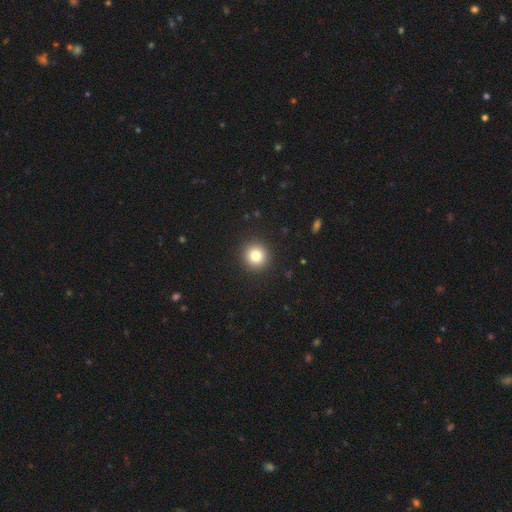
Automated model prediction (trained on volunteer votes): smooth-or-featured: smooth: 82% | star or artifact: 11% | featured or disk: 7%
  how-rounded: round: 94% | in between: 5% | cigar-shaped: 1%
  merging: none: 92% | minor disturbance: 5% | major disturbance: 2% | merger: 1%